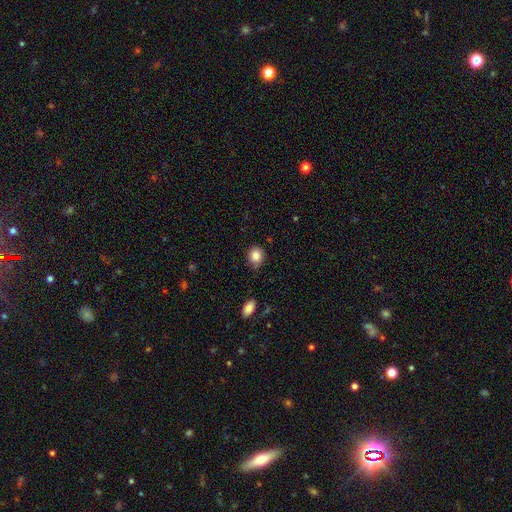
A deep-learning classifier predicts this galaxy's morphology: Smooth or featured? smooth (84%)
How rounded? round (75%)
Merging? none (76%)